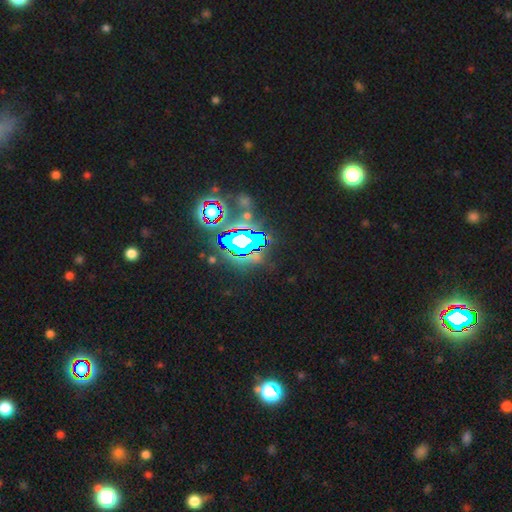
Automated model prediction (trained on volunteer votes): This appears to be a star or artifact, not a galaxy (80%).